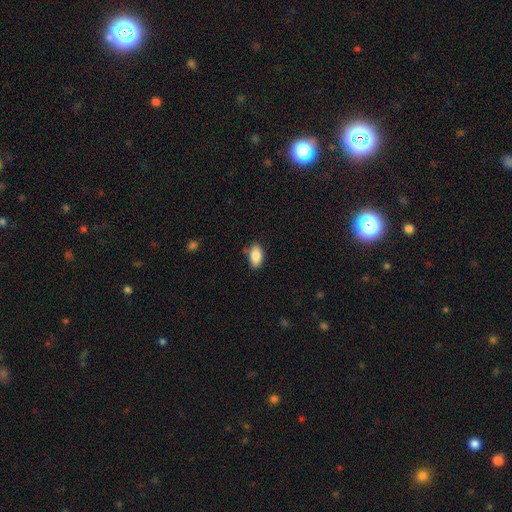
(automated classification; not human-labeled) The model was most divided on "merging": none: 75%, minor disturbance: 18%, major disturbance: 3%, merger: 3%. More confident: how rounded — in between (91%); smooth or featured — smooth (88%).